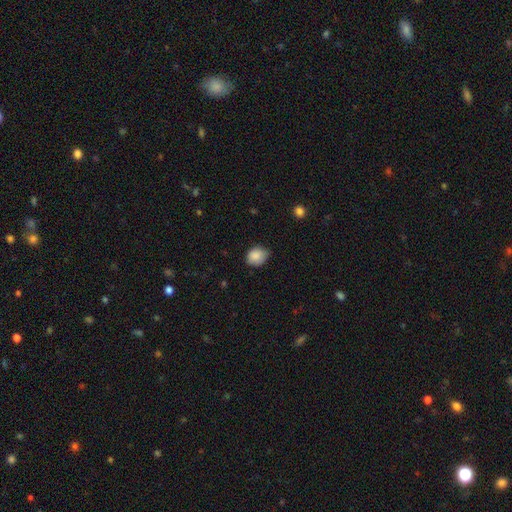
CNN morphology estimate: Smooth or featured?
  - smooth: 87% *
  - star or artifact: 8%
  - featured or disk: 5%
How rounded?
  - round: 50% *
  - in between: 49%
  - cigar-shaped: 1%
Merging?
  - none: 64% *
  - minor disturbance: 31%
  - major disturbance: 4%
  - merger: 1%